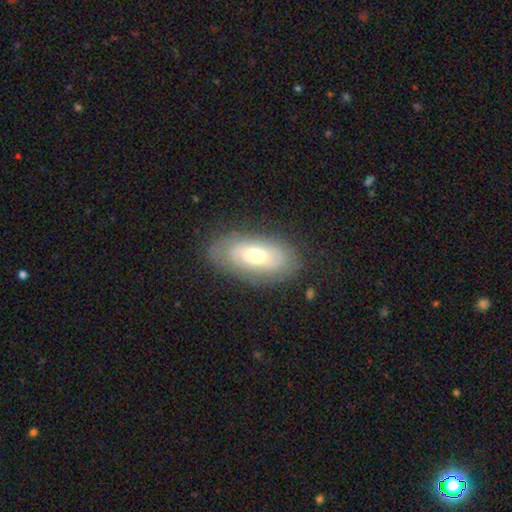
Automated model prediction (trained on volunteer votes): Smooth or featured? Predicted: featured or disk (p=0.48). Merging? Predicted: none (p=0.79).